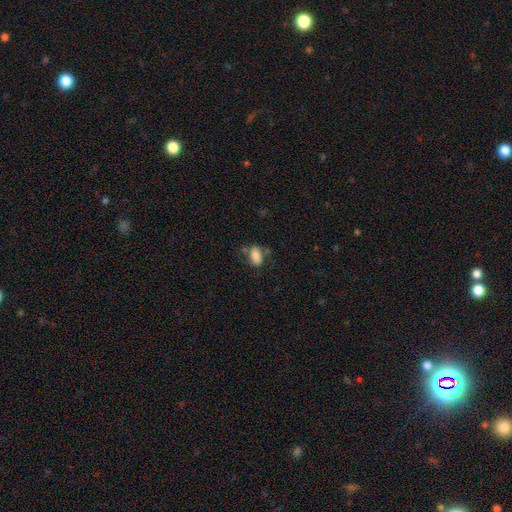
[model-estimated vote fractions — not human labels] Smooth or featured?
  - smooth: 78% *
  - featured or disk: 13%
  - star or artifact: 9%
How rounded?
  - in between: 89% *
  - round: 8%
  - cigar-shaped: 3%
Merging?
  - none: 55% *
  - minor disturbance: 23%
  - merger: 12%
  - major disturbance: 10%